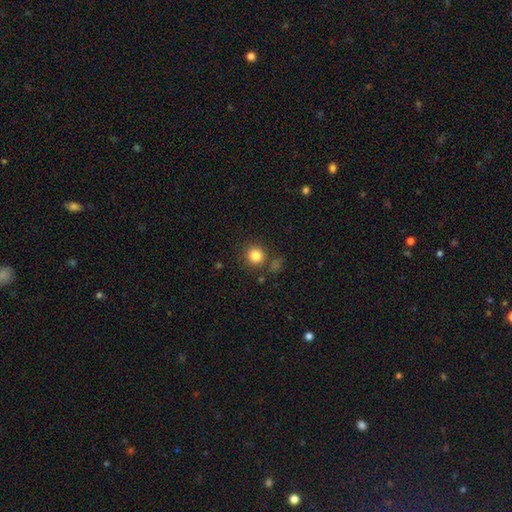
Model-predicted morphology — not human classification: smooth 83%, star or artifact 11%, featured or disk 6%. Down the decision tree: how rounded — round (91%); merging — none (80%).